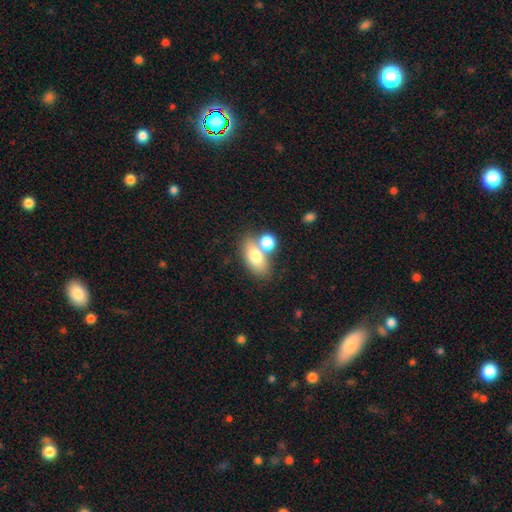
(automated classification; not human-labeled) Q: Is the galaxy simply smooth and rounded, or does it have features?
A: smooth — 73%.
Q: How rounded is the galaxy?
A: in between — 83%.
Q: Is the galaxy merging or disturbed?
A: none — 44%.